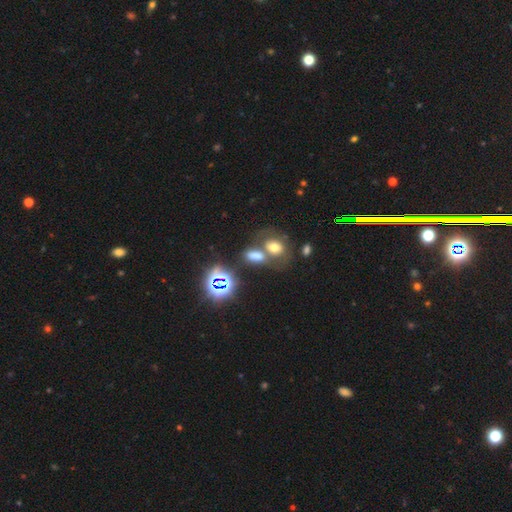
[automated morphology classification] smooth-or-featured: smooth: 61% | star or artifact: 25% | featured or disk: 14%
  how-rounded: in between: 75% | round: 21% | cigar-shaped: 4%
  merging: merger: 45% | none: 38% | minor disturbance: 11% | major disturbance: 6%